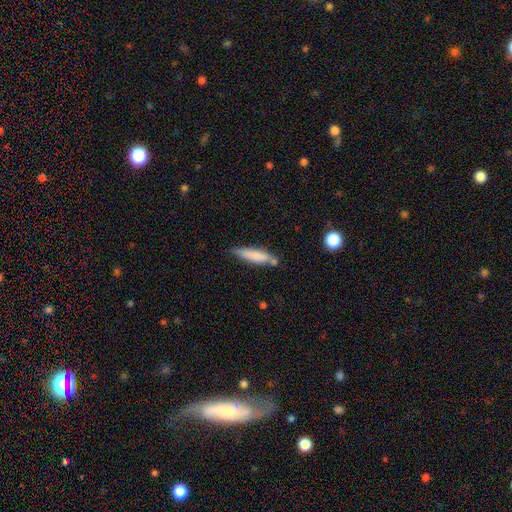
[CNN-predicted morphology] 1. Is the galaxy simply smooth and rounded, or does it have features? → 77% smooth, 16% featured or disk, 6% star or artifact.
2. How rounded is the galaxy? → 78% cigar-shaped, 21% in between, 1% round.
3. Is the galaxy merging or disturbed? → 64% none, 20% minor disturbance, 11% merger, 4% major disturbance.